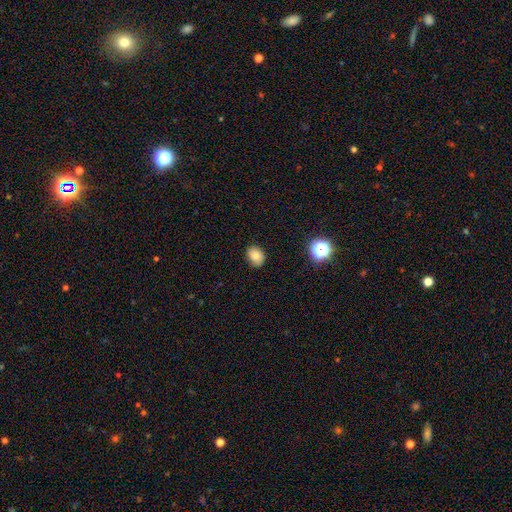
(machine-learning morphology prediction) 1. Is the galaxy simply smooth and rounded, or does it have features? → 82% smooth, 11% star or artifact, 6% featured or disk.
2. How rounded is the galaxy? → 63% in between, 36% round, 1% cigar-shaped.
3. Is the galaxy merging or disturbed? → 85% none, 12% minor disturbance, 2% major disturbance, 1% merger.